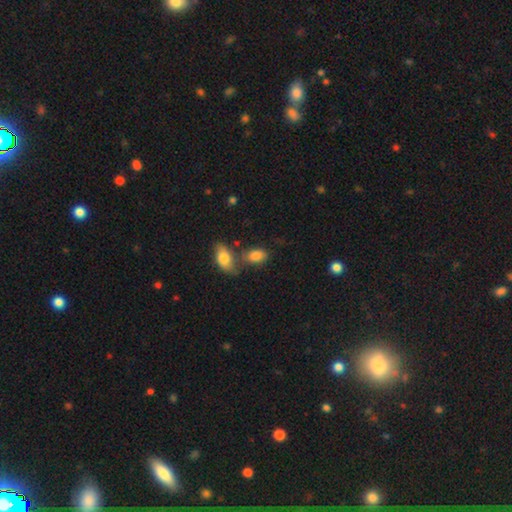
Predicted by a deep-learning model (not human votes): Smooth or featured? Predicted: smooth (p=0.84). How rounded? Predicted: in between (p=0.91). Merging? Predicted: none (p=0.52).